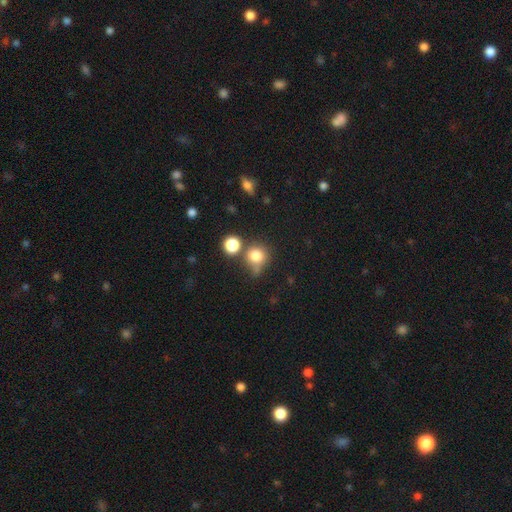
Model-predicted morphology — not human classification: Q: Smooth or featured?
A: smooth (79%); runner-up: star or artifact (13%)
Q: How rounded?
A: round (85%); runner-up: in between (14%)
Q: Merging?
A: none (55%); runner-up: merger (20%)